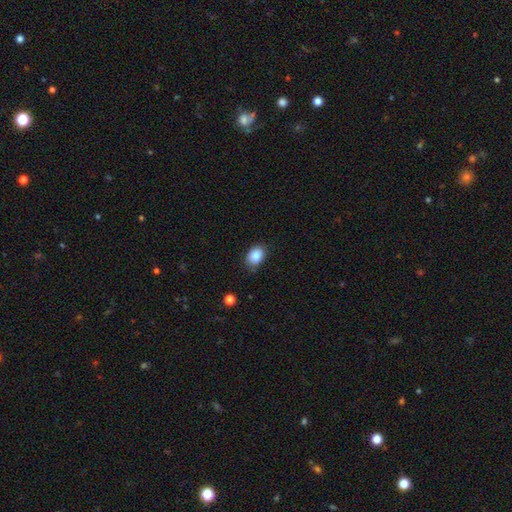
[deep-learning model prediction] This is clearly a smooth galaxy (86%). How rounded: likely in between (73%). Merging: likely none (77%).